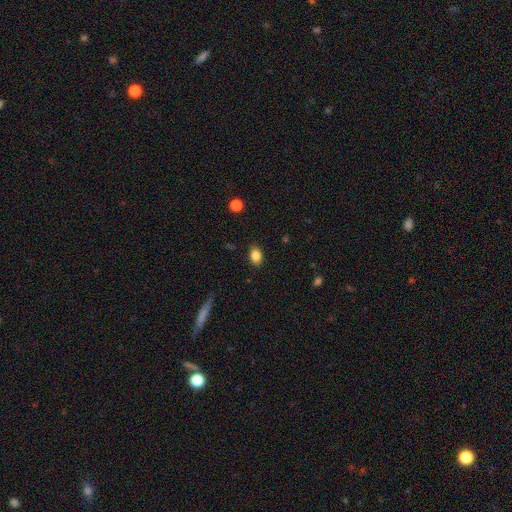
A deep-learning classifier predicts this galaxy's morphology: Q: Smooth or featured?
A: smooth (85%); runner-up: star or artifact (10%)
Q: How rounded?
A: in between (73%); runner-up: round (26%)
Q: Merging?
A: none (86%); runner-up: minor disturbance (10%)